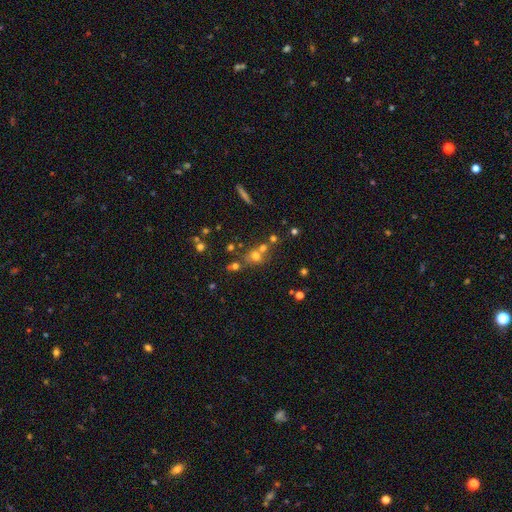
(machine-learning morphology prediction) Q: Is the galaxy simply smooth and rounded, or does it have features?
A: smooth — 57%.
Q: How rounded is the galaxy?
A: round — 78%.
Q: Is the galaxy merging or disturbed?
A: none — 47%.